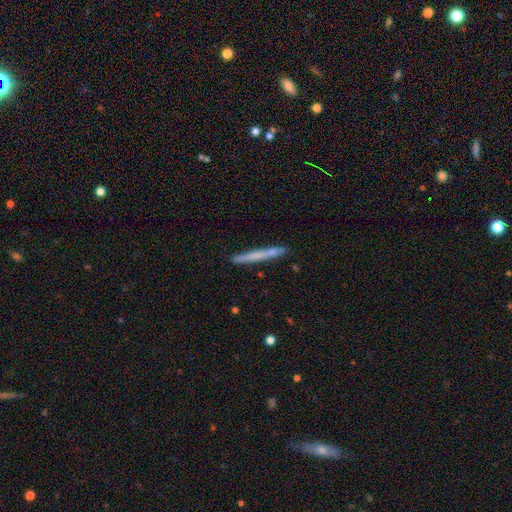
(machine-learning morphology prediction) Smooth or featured? Predicted: smooth (p=0.59). How rounded? Predicted: cigar-shaped (p=0.97). Merging? Predicted: none (p=0.86).